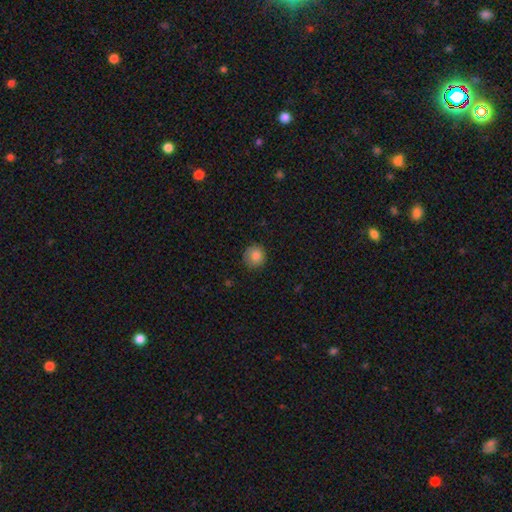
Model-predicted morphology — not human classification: type=smooth (85%); roundness=round (92%); merging=none (86%).